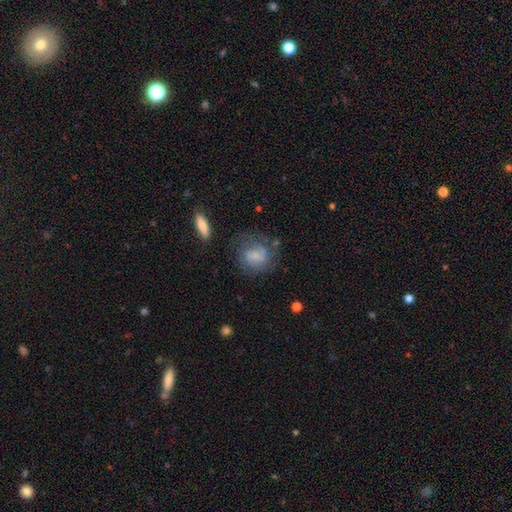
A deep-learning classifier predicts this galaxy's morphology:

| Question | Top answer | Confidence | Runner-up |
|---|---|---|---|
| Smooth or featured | smooth | 50% | featured or disk (41%) |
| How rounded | round | 65% | in between (33%) |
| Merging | none | 59% | minor disturbance (21%) |